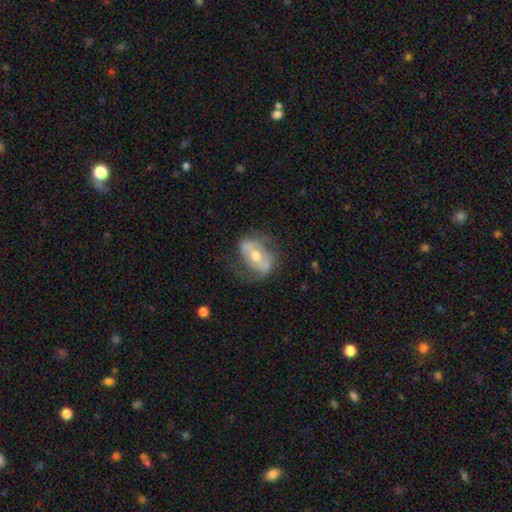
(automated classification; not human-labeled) The model was most divided on "bar": no: 36%, strong: 32%, weak: 31%. More confident: edge-on disk — no (93%); bulge size — moderate (70%); smooth or featured — featured or disk (63%); spiral arms — yes (58%); merging — none (57%).